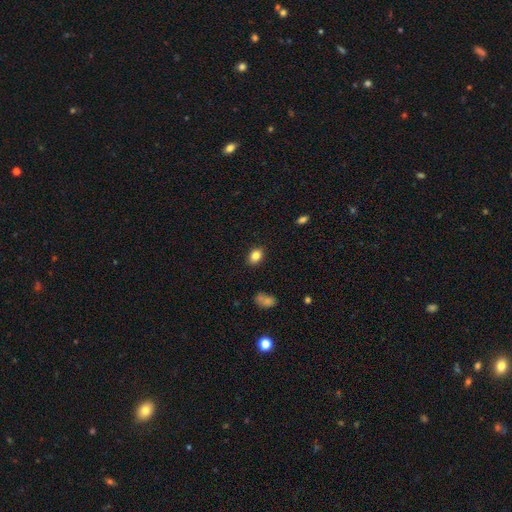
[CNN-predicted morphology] Q: Smooth or featured?
A: smooth (84%); runner-up: star or artifact (9%)
Q: How rounded?
A: in between (71%); runner-up: round (28%)
Q: Merging?
A: none (87%); runner-up: minor disturbance (9%)